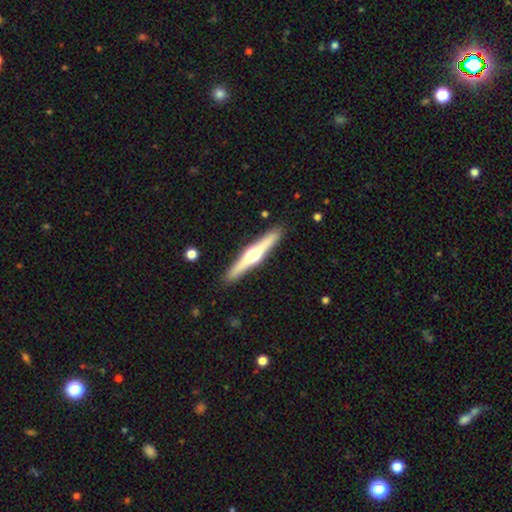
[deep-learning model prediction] Smooth or featured?
  - featured or disk: 70% *
  - smooth: 25%
  - star or artifact: 5%
Edge-on disk?
  - yes: 97% *
  - no: 3%
Edge-on bulge?
  - rounded: 92% *
  - boxy: 4%
  - none: 4%
Merging?
  - none: 91% *
  - minor disturbance: 6%
  - major disturbance: 1%
  - merger: 1%